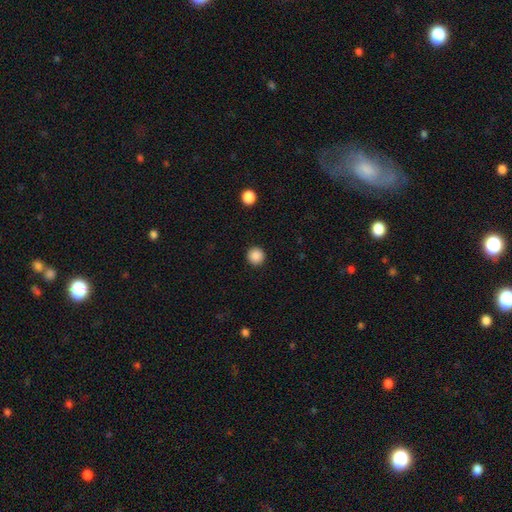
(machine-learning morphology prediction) The model was most divided on "smooth or featured": smooth: 88%, star or artifact: 10%, featured or disk: 3%. More confident: how rounded — round (96%); merging — none (93%).